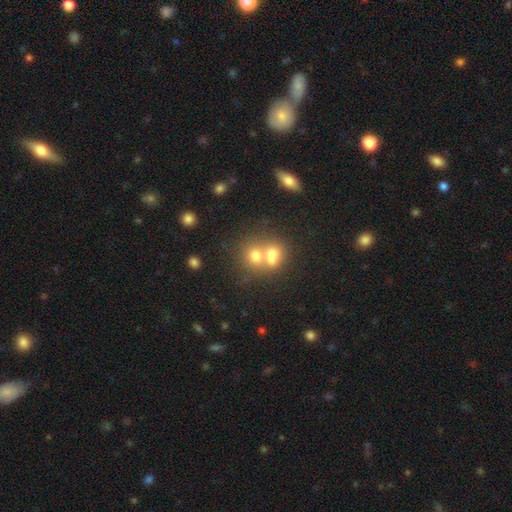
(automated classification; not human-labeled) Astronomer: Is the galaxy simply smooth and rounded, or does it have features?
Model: smooth — 69%.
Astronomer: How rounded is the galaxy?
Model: round — 69%.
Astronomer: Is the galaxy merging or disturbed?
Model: merger — 60%.